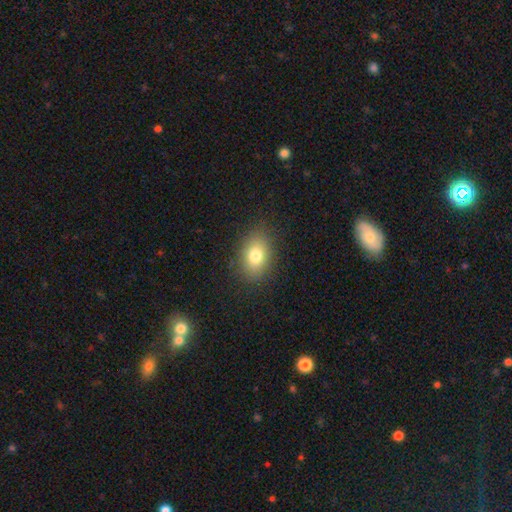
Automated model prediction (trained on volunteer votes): Smooth or featured: smooth — 78% (featured or disk — 11%)
How rounded: in between — 76% (round — 22%)
Merging: none — 86% (minor disturbance — 9%)